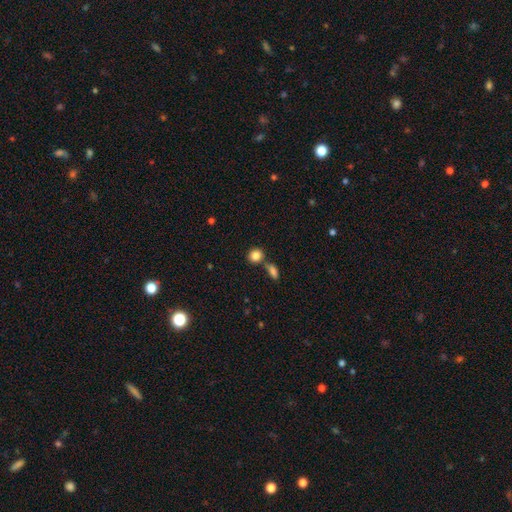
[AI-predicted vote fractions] smooth_or_featured: smooth (p=0.85) [alt: star or artifact p=0.09]
how_rounded: round (p=0.71) [alt: in between p=0.27]
merging: none (p=0.63) [alt: merger p=0.23]